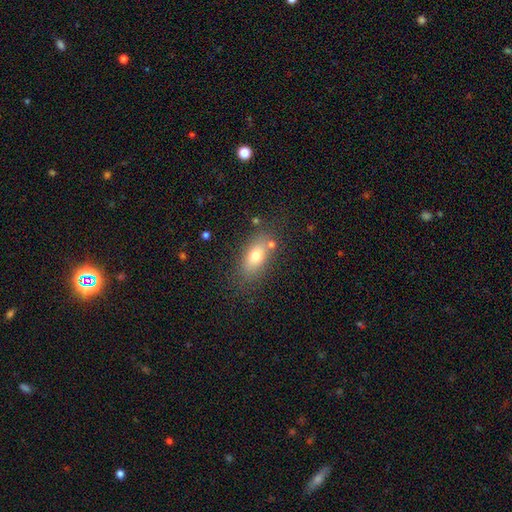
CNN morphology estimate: smooth_or_featured: smooth (p=0.73) [alt: featured or disk p=0.17]
how_rounded: in between (p=0.81) [alt: cigar-shaped p=0.11]
merging: none (p=0.74) [alt: minor disturbance p=0.14]